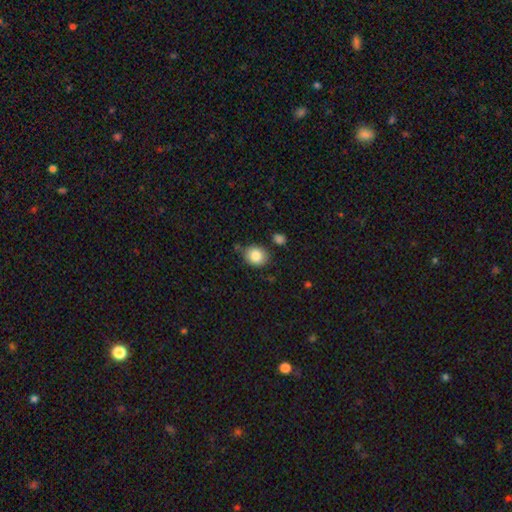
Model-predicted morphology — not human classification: This appears to be a smooth galaxy with no disk features (85%) that is round (65%). Merging: none (73%).